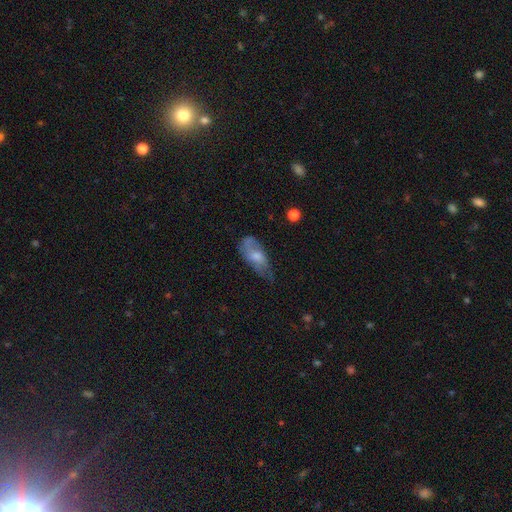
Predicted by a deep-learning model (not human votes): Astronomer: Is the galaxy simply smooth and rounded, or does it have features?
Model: smooth — 52% (runner-up: featured or disk, 40%).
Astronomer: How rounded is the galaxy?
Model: in between — 83%.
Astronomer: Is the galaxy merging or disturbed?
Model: minor disturbance — 37% (runner-up: none, 36%).